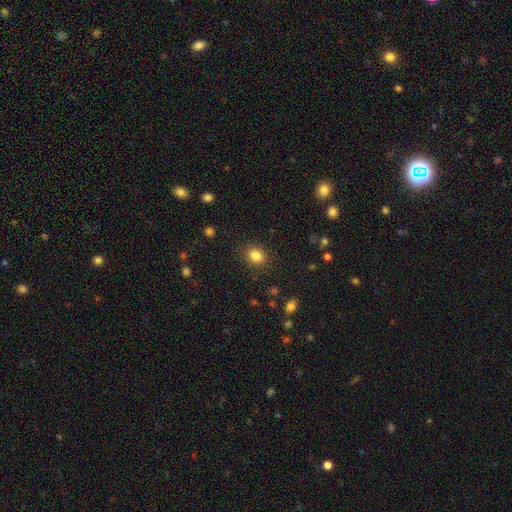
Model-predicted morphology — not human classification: A smooth galaxy with no disk features (85%) that is round (54%).

Vote fractions:
- Smooth or featured? smooth: 85% / star or artifact: 10% / featured or disk: 5%
- How rounded? round: 54% / in between: 45% / cigar-shaped: 1%
- Merging? none: 87% / minor disturbance: 9% / major disturbance: 3% / merger: 1%